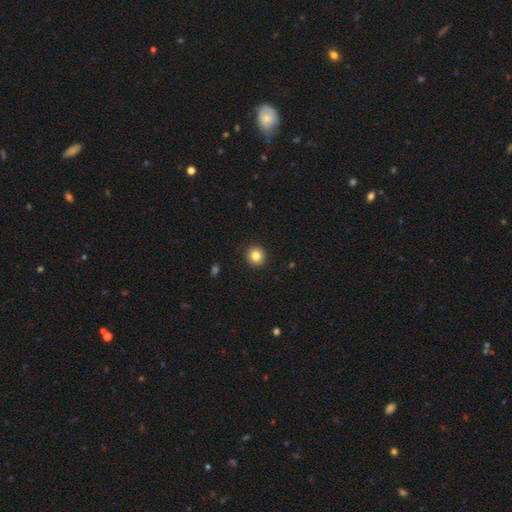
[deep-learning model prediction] Smooth or featured?
  - smooth: 83% *
  - star or artifact: 10%
  - featured or disk: 7%
How rounded?
  - round: 93% *
  - in between: 6%
  - cigar-shaped: 1%
Merging?
  - none: 92% *
  - minor disturbance: 5%
  - major disturbance: 2%
  - merger: 1%